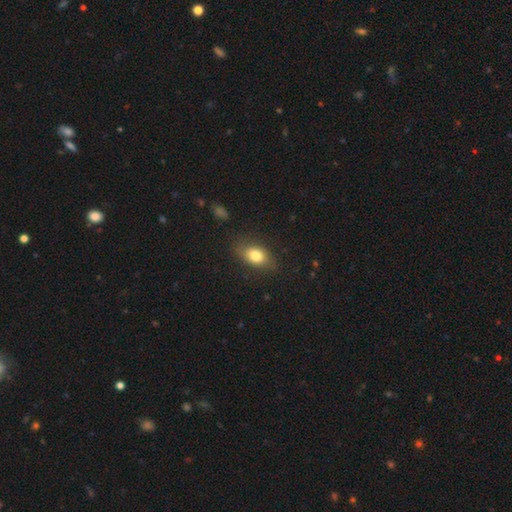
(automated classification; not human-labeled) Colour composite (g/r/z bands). It shows a smooth galaxy with no disk features (80%) that is in between round and cigar-shaped (82%). Merging: none (77%).